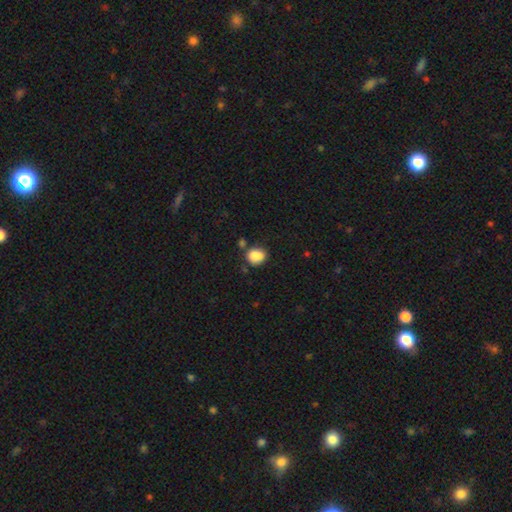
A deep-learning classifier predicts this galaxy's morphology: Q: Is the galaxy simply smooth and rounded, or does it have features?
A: smooth — 87%.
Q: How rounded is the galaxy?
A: round — 58%.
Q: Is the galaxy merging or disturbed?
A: none — 68%.